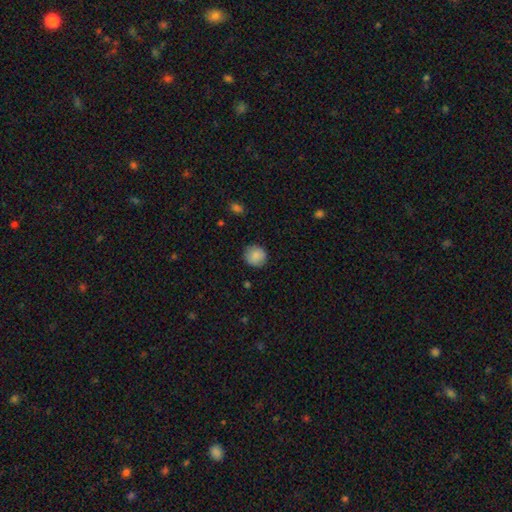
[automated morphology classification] Q: Smooth or featured?
A: smooth (87%); runner-up: star or artifact (8%)
Q: How rounded?
A: round (92%); runner-up: in between (7%)
Q: Merging?
A: none (88%); runner-up: minor disturbance (9%)